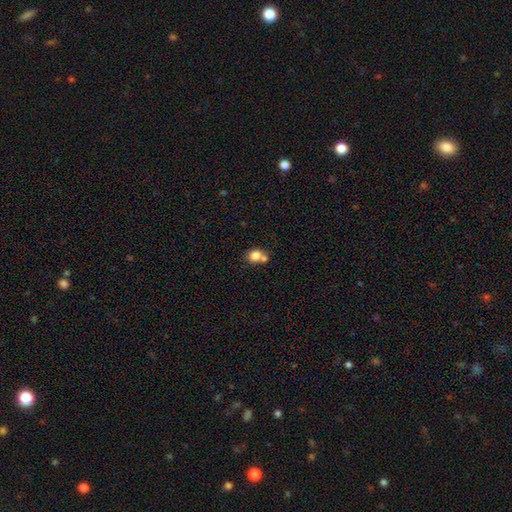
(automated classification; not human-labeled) smooth 80%, star or artifact 10%, featured or disk 10%. Down the decision tree: how rounded — round (62%); merging — none (45%).